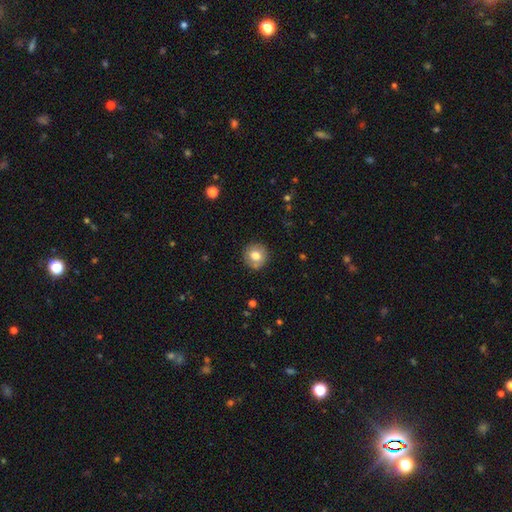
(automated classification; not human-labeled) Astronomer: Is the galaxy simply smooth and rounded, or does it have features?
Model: smooth — 77%.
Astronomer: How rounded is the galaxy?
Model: round — 91%.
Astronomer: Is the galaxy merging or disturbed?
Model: none — 86%.